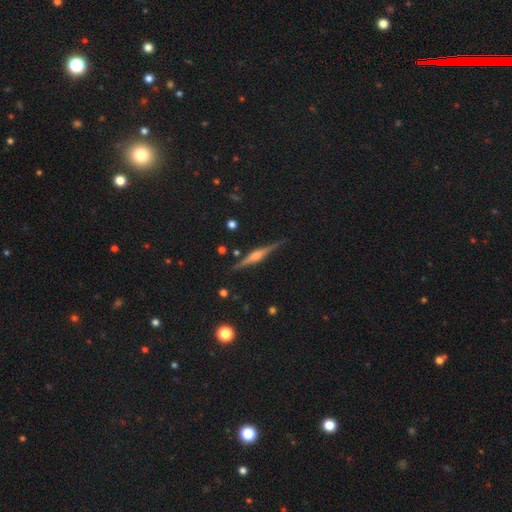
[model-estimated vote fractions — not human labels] smooth_or_featured: featured or disk (p=0.81) [alt: smooth p=0.13]
disk_edge_on: yes (p=0.98) [alt: no p=0.02]
edge_on_bulge: rounded (p=0.78) [alt: boxy p=0.16]
merging: none (p=0.89) [alt: minor disturbance p=0.07]